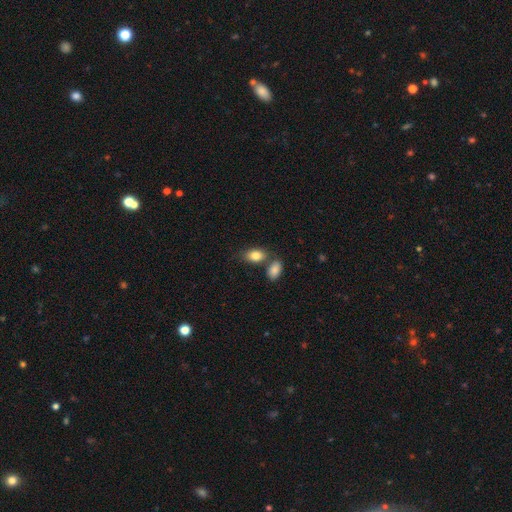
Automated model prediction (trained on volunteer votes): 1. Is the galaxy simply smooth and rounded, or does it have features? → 84% smooth, 8% featured or disk, 8% star or artifact.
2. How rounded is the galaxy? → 87% in between, 11% round, 2% cigar-shaped.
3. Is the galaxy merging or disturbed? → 57% none, 26% merger, 14% minor disturbance, 4% major disturbance.